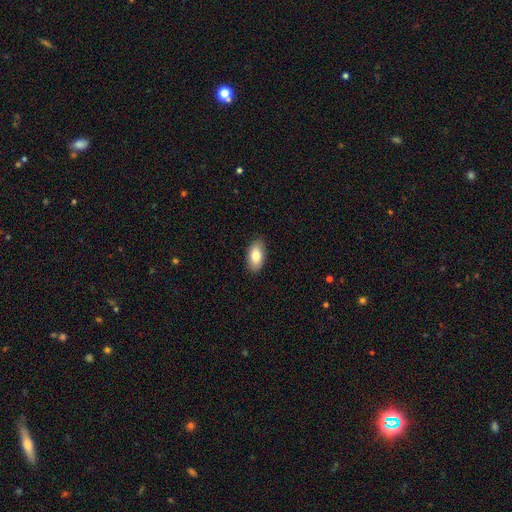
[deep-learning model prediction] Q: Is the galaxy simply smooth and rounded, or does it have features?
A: smooth — 82%.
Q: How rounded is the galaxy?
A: in between — 93%.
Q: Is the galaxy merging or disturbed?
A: none — 87%.